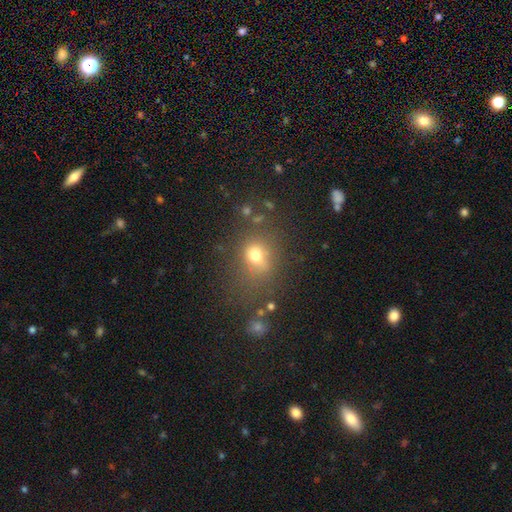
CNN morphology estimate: Overall: smooth (69%). How rounded: round (59%; in between 39%). Merging: none (61%).